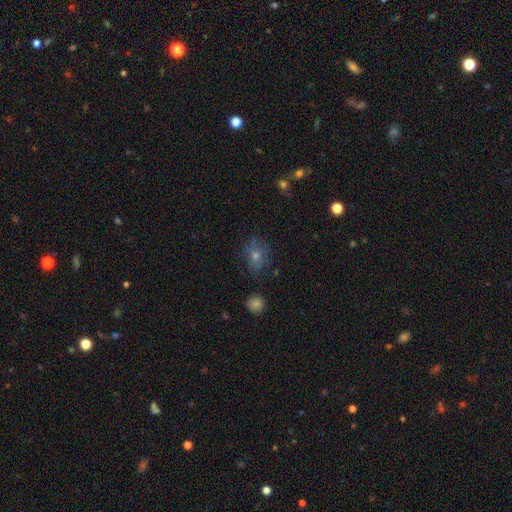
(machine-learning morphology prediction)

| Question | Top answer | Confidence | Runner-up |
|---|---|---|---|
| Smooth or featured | smooth | 52% | star or artifact (26%) |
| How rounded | round | 60% | in between (39%) |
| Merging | none | 78% | minor disturbance (15%) |